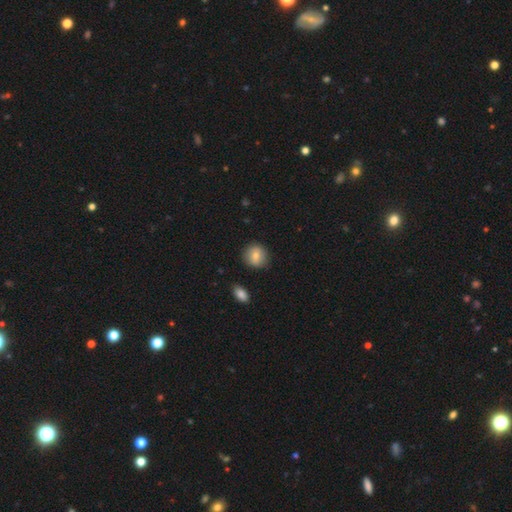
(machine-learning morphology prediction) Overall: smooth (76%). How rounded: round (87%). Merging: none (85%).